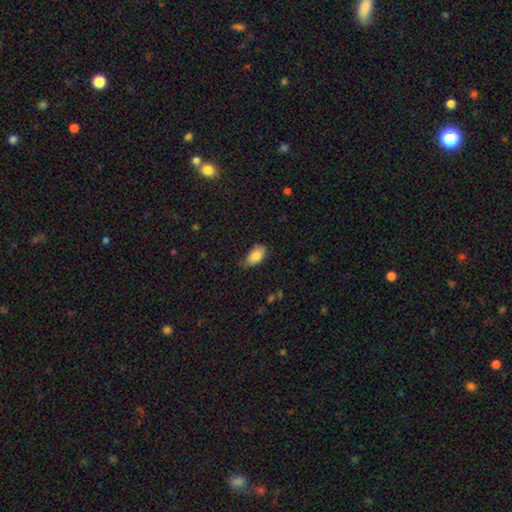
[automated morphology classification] Overall: smooth (85%). How rounded: in between (92%). Merging: none (67%).